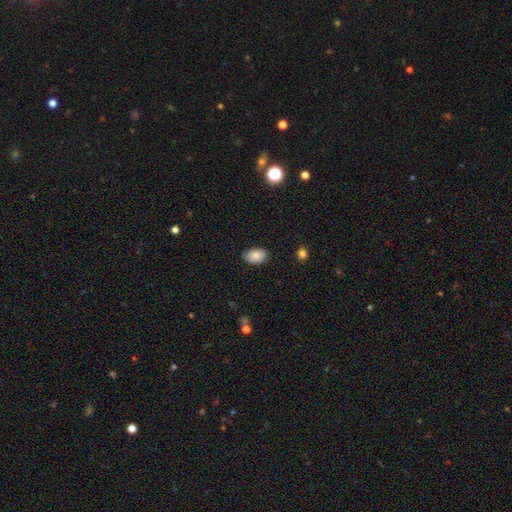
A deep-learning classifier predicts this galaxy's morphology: A smooth galaxy with no disk features (86%) that is in between round and cigar-shaped (90%). Merging: none (85%).